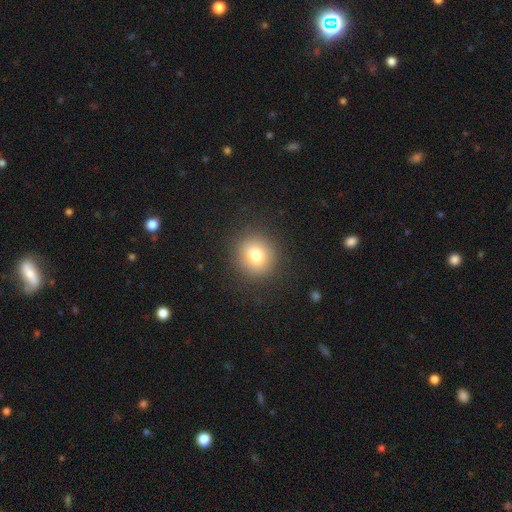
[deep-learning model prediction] This appears to be a smooth galaxy with no disk features (78%) that is round (89%). Merging: none (90%).